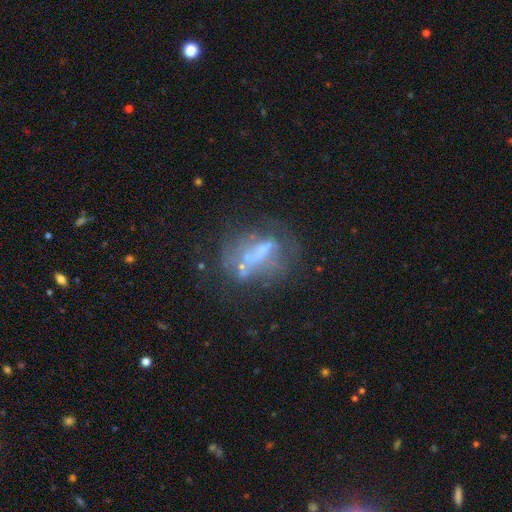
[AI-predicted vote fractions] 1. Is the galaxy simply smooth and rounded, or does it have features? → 56% featured or disk, 29% smooth, 15% star or artifact.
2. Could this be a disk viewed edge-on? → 91% no, 9% yes.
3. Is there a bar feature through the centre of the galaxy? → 58% no, 22% strong, 21% weak.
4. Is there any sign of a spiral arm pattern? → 86% no, 14% yes.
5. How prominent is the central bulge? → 51% none, 23% small, 18% moderate, 5% large, 2% dominant.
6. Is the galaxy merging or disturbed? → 38% none, 26% major disturbance, 19% minor disturbance, 17% merger.